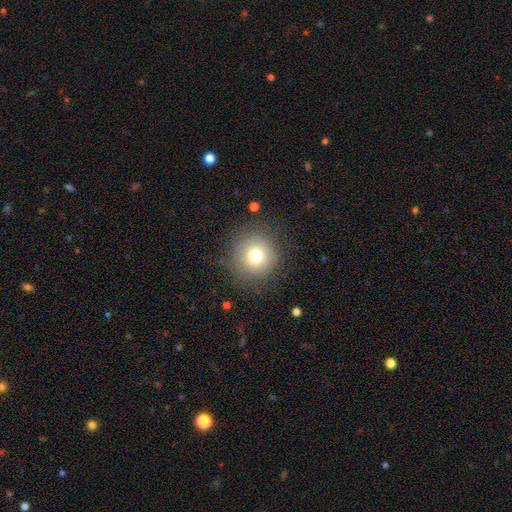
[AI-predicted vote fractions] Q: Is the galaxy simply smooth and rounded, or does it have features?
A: smooth — 74%.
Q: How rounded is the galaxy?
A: round — 93%.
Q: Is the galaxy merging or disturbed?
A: none — 83%.